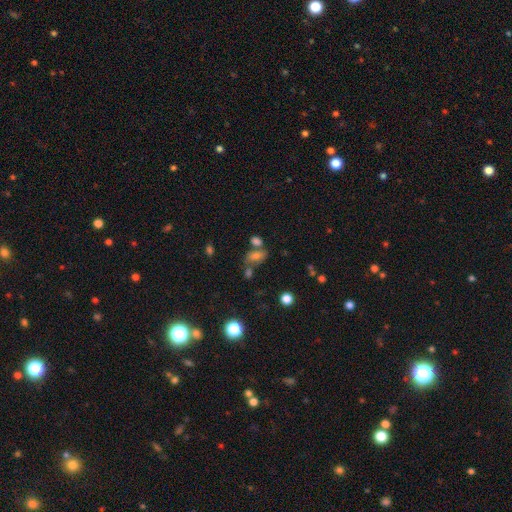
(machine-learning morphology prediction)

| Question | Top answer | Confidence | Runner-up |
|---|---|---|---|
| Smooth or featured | smooth | 72% | star or artifact (16%) |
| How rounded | in between | 82% | round (13%) |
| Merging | none | 49% | merger (29%) |